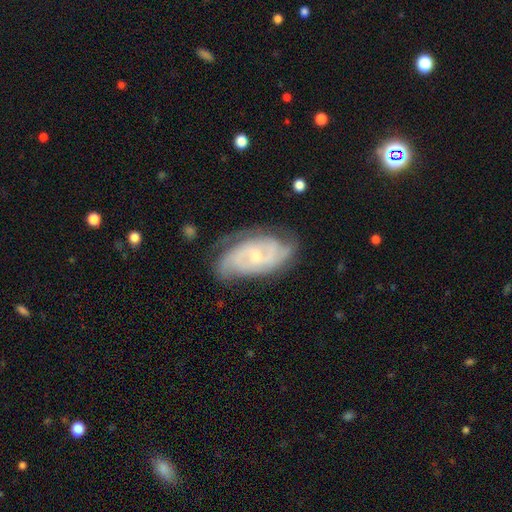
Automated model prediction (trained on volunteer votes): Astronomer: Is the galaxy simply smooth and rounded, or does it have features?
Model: featured or disk — 84%.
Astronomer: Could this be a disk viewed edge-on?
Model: no — 96%.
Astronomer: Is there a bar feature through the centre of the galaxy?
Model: no — 60%.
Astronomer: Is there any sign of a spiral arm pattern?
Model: yes — 95%.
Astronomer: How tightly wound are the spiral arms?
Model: tight — 56% (runner-up: medium, 35%).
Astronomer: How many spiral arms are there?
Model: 2 — 38% (runner-up: can't tell, 26%).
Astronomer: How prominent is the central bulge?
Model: small — 61%.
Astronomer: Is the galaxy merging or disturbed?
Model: none — 67%.